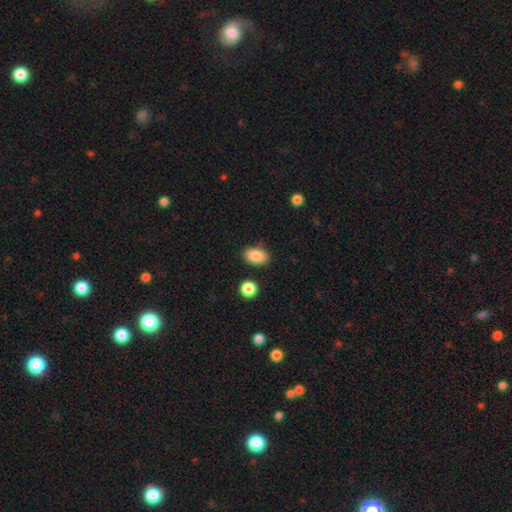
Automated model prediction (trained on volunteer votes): A smooth galaxy with no disk features (87%) that is in between round and cigar-shaped (87%). Merging: none (85%).